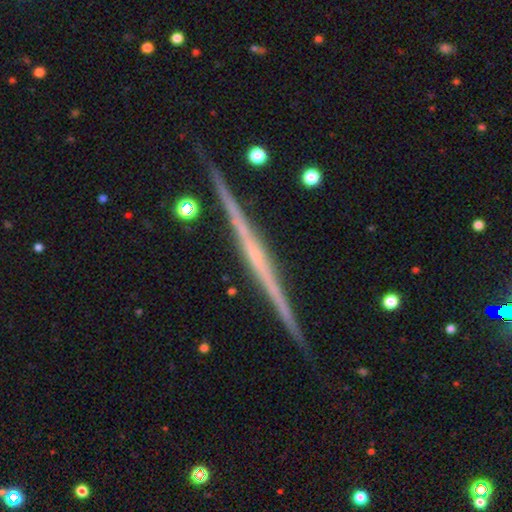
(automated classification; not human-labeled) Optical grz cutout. It shows a featured or disk galaxy (80%) viewed edge-on (98%) with no central bulge (73%). Merging: none (91%).